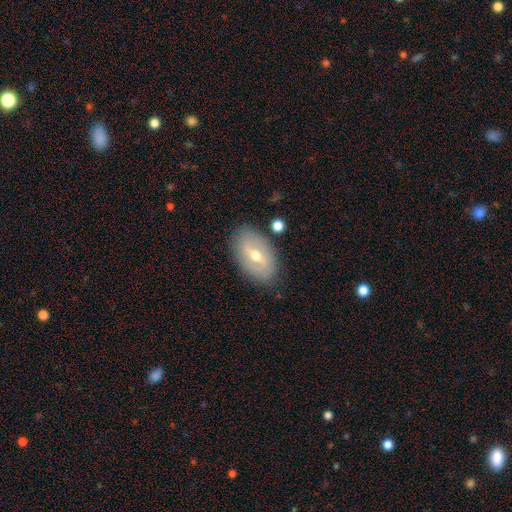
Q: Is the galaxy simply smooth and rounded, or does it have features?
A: featured or disk — 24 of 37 (65%).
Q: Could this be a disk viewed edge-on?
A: no — 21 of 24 (88%).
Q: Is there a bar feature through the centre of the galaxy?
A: weak — 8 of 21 (38%).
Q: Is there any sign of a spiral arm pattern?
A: yes — 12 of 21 (57%).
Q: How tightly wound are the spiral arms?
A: medium — 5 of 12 (42%).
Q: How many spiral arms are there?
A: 2 — 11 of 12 (92%).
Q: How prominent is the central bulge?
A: moderate — 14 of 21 (67%).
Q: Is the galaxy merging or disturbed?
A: none — 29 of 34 (85%).